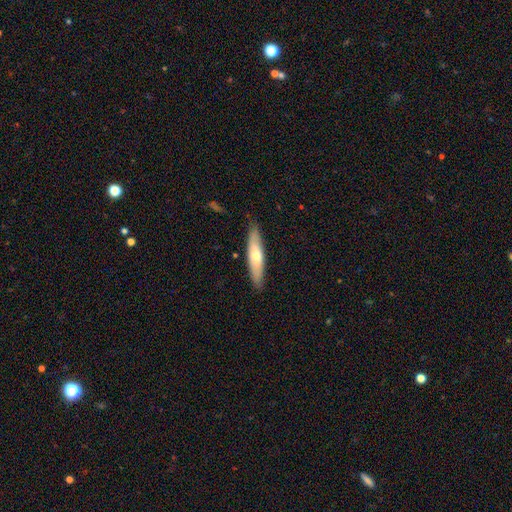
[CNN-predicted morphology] A smooth galaxy with no disk features (58%) that is cigar-shaped (77%). Merging: none (86%).